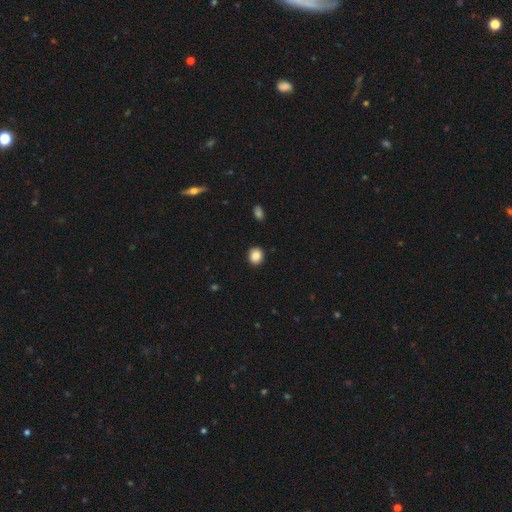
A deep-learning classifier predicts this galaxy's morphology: The model was most divided on "how rounded": round: 75%, in between: 24%, cigar-shaped: 1%. More confident: merging — none (91%); smooth or featured — smooth (88%).